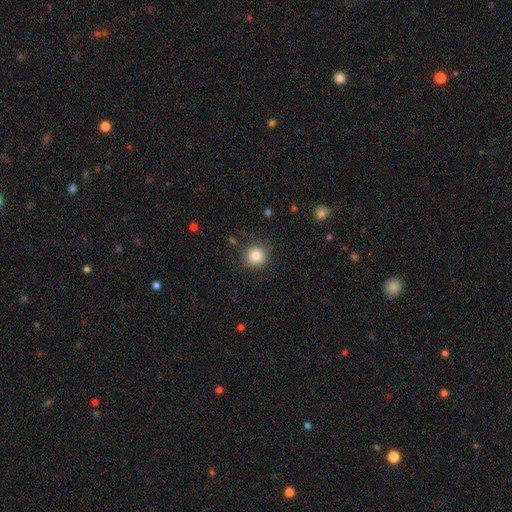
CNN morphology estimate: smooth_or_featured: smooth (p=0.84) [alt: star or artifact p=0.10]
how_rounded: round (p=0.92) [alt: in between p=0.07]
merging: none (p=0.85) [alt: minor disturbance p=0.10]